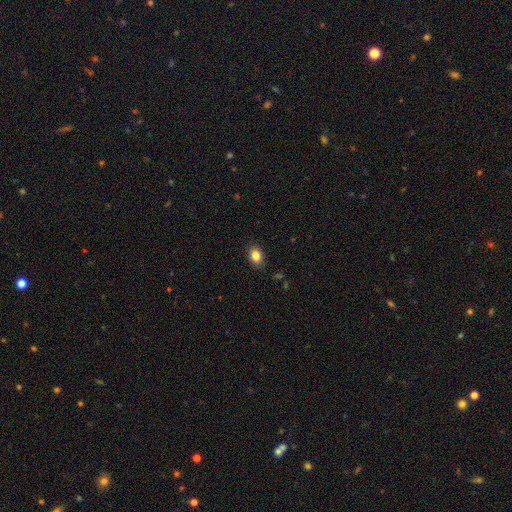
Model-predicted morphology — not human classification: smooth-or-featured: smooth: 85% | star or artifact: 9% | featured or disk: 7%
  how-rounded: in between: 77% | round: 21% | cigar-shaped: 1%
  merging: none: 86% | minor disturbance: 11% | major disturbance: 2% | merger: 1%